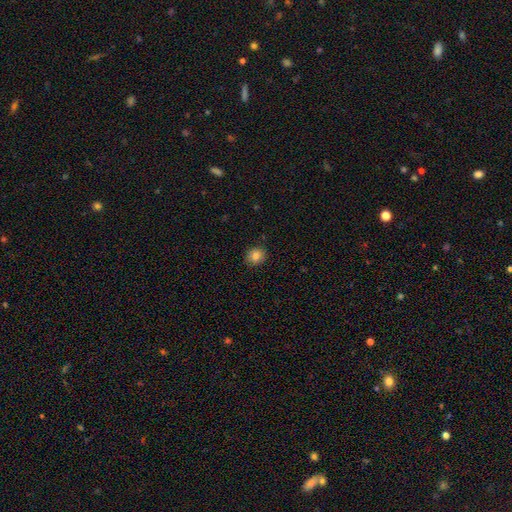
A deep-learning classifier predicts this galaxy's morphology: smooth-or-featured: smooth: 83% | star or artifact: 10% | featured or disk: 6%
  how-rounded: round: 82% | in between: 17% | cigar-shaped: 1%
  merging: none: 89% | minor disturbance: 8% | major disturbance: 2% | merger: 1%